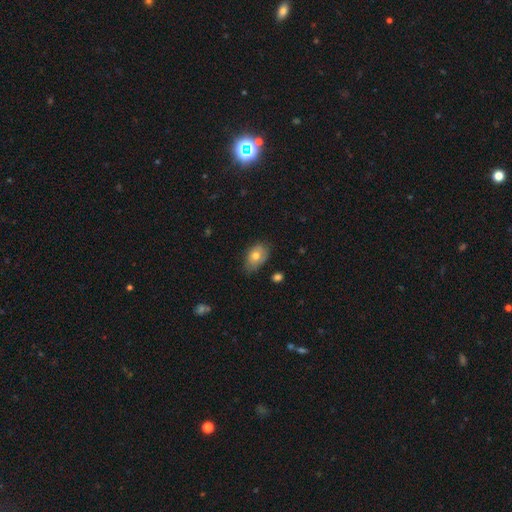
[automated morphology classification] type=smooth (70%); roundness=in between (84%); merging=none (61%).